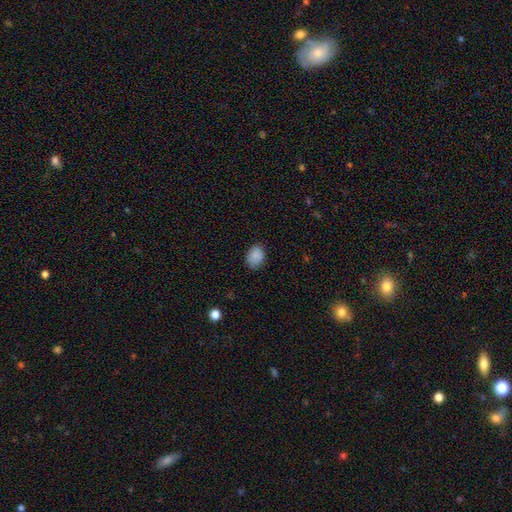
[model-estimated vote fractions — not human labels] Smooth or featured? Predicted: smooth (p=0.87). How rounded? Predicted: in between (p=0.63). Merging? Predicted: none (p=0.80).